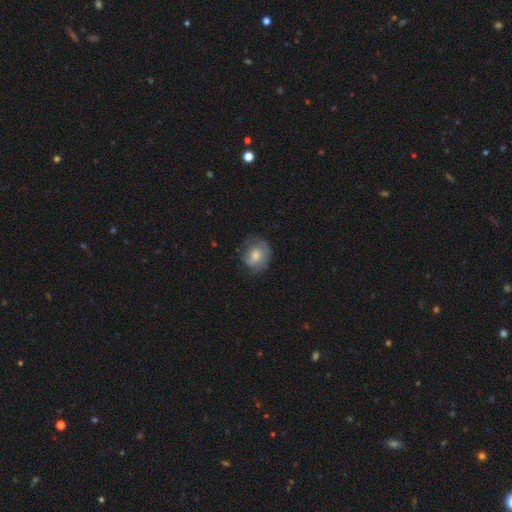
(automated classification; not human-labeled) Overall: smooth (53%; featured or disk 39%). How rounded: round (61%; in between 38%). Merging: none (60%; minor disturbance 26%).